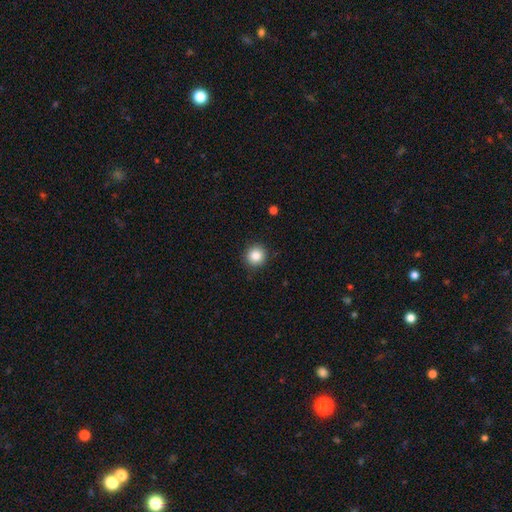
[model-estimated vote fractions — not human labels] Smooth or featured? smooth (85%)
How rounded? round (92%)
Merging? none (90%)